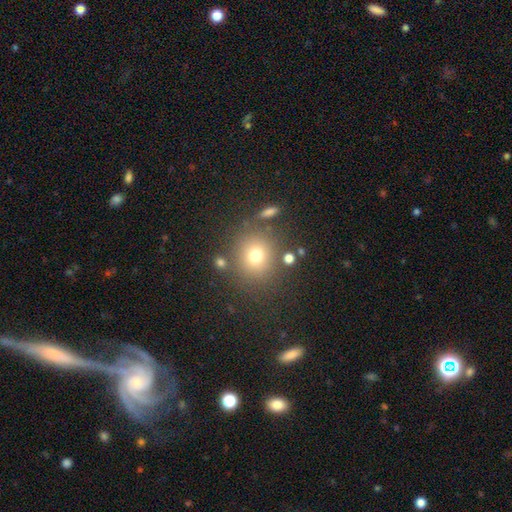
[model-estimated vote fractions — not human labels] smooth_or_featured: smooth (p=0.73) [alt: star or artifact p=0.16]
how_rounded: round (p=0.84) [alt: in between p=0.15]
merging: none (p=0.78) [alt: minor disturbance p=0.10]